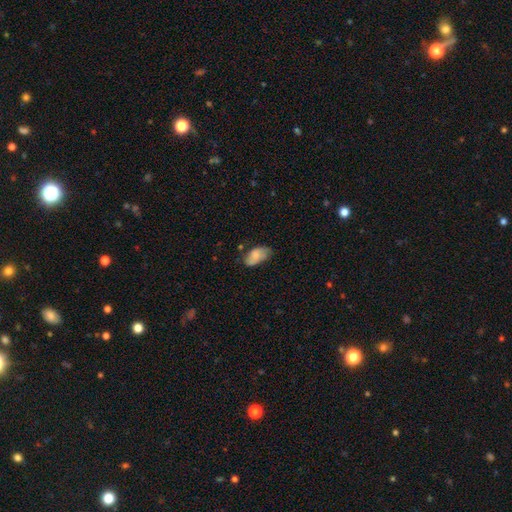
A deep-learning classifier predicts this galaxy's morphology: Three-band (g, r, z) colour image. It shows a smooth galaxy with no disk features (68%) that is in between round and cigar-shaped (93%). Merging: none (59%).